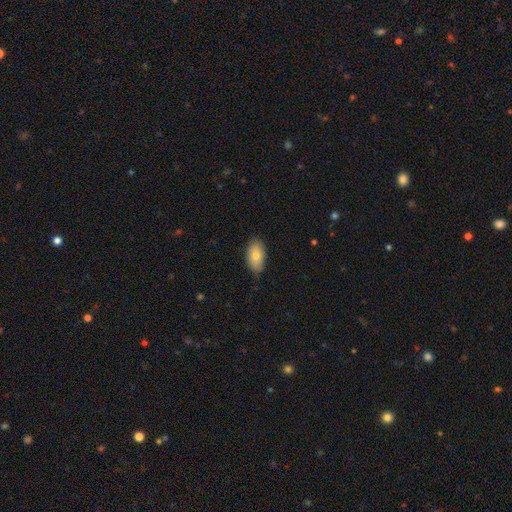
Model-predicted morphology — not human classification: The model was most divided on "smooth or featured": smooth: 78%, featured or disk: 15%, star or artifact: 6%. More confident: how rounded — in between (93%); merging — none (82%).